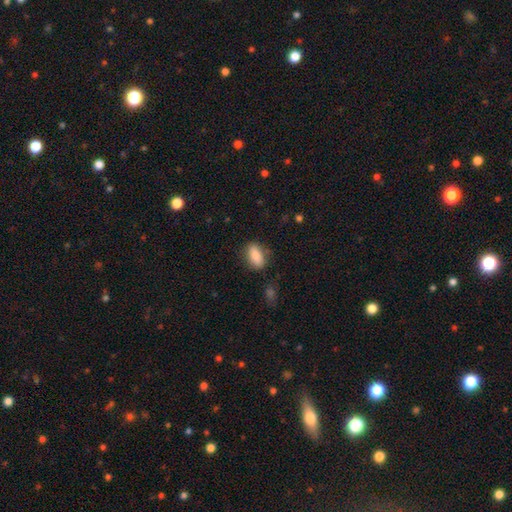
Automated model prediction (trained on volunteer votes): smooth_or_featured: smooth (p=0.84) [alt: featured or disk p=0.09]
how_rounded: in between (p=0.86) [alt: cigar-shaped p=0.09]
merging: none (p=0.79) [alt: minor disturbance p=0.14]